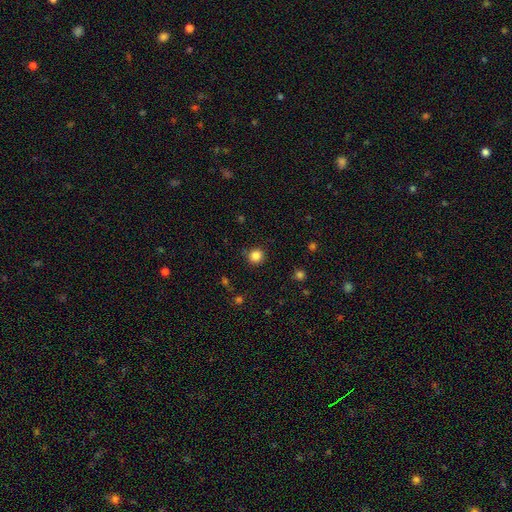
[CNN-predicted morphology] Smooth or featured? Predicted: smooth (p=0.84). How rounded? Predicted: round (p=0.93). Merging? Predicted: none (p=0.88).